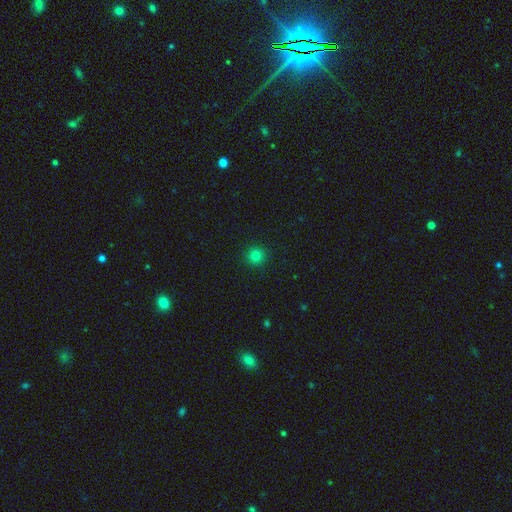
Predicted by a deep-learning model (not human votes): Morphology: type=smooth (80%); roundness=round (95%); merging=none (92%).